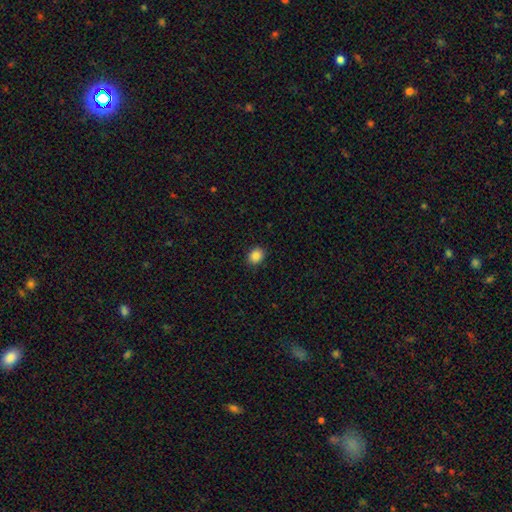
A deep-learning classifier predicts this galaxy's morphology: Smooth or featured? smooth (87%)
How rounded? round (64%)
Merging? none (90%)